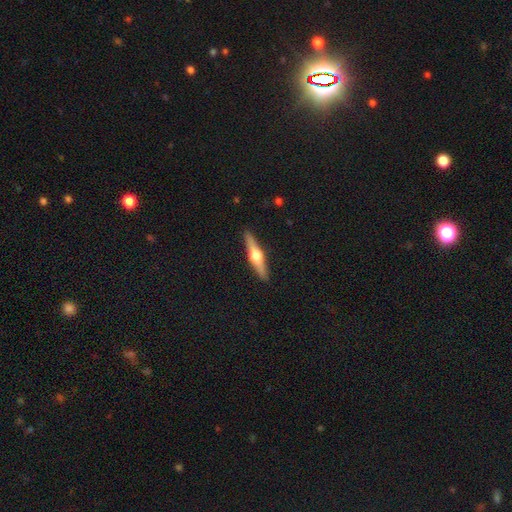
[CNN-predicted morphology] Q: Smooth or featured?
A: featured or disk (69%); runner-up: smooth (26%)
Q: Edge-on disk?
A: yes (97%); runner-up: no (3%)
Q: Edge-on bulge?
A: rounded (95%); runner-up: boxy (3%)
Q: Merging?
A: none (91%); runner-up: minor disturbance (6%)